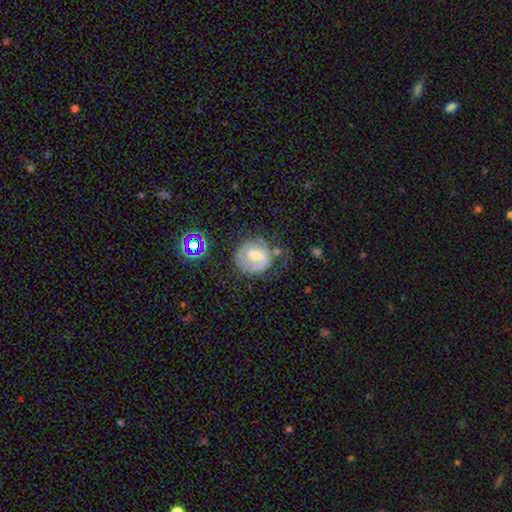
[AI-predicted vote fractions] smooth-or-featured: featured or disk: 49% | smooth: 42% | star or artifact: 9%
  merging: none: 49% | minor disturbance: 26% | major disturbance: 18% | merger: 7%